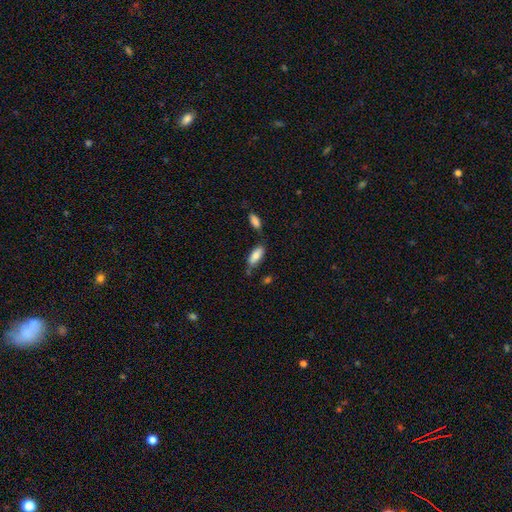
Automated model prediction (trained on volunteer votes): Morphology: type=smooth (79%); roundness=in between (78%); merging=none (64%).